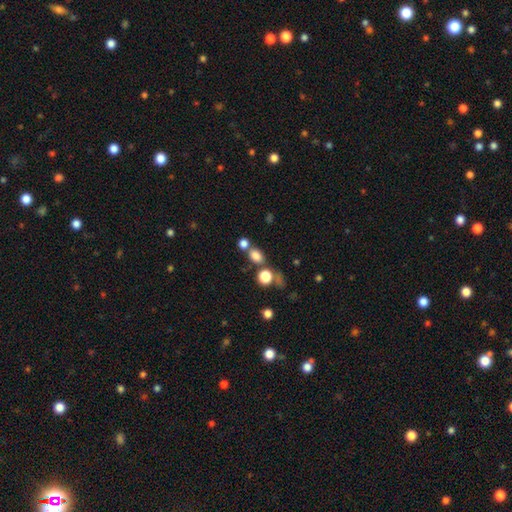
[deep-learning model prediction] smooth_or_featured: smooth (p=0.78) [alt: star or artifact p=0.14]
how_rounded: in between (p=0.58) [alt: round p=0.40]
merging: none (p=0.59) [alt: merger p=0.24]